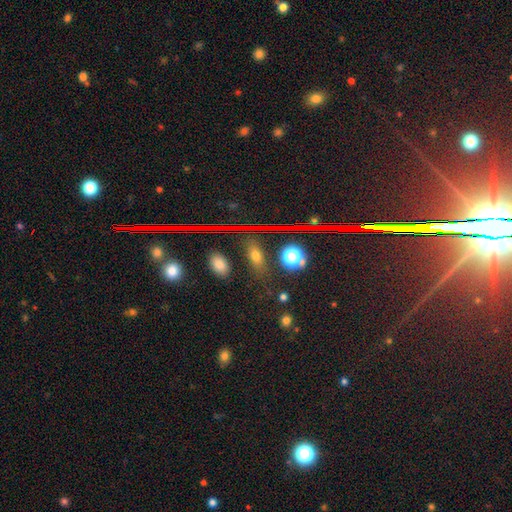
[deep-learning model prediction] Morphology: type=smooth (56%); roundness=in between (71%); merging=none (81%).